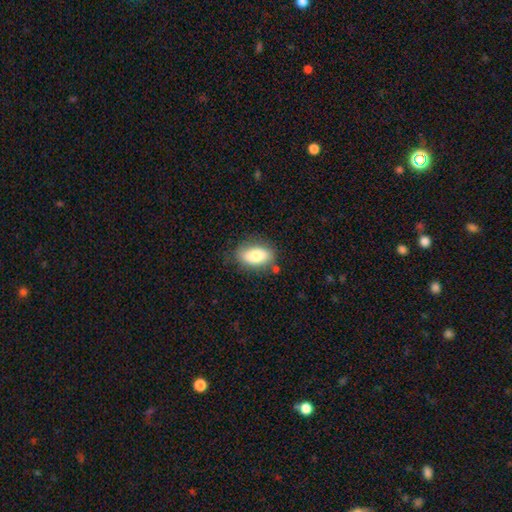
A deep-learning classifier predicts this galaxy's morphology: Q: Smooth or featured?
A: smooth (78%); runner-up: featured or disk (14%)
Q: How rounded?
A: in between (89%); runner-up: round (7%)
Q: Merging?
A: none (77%); runner-up: minor disturbance (16%)